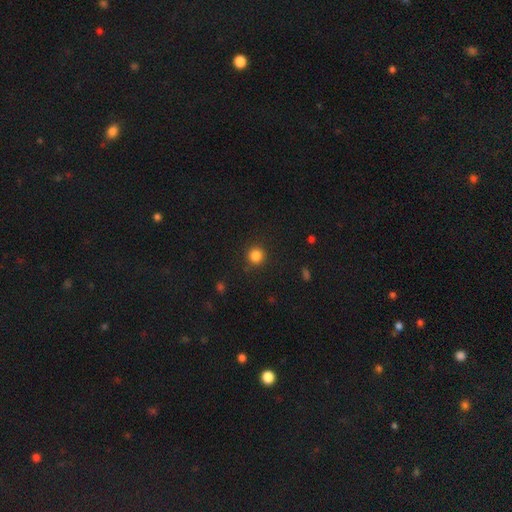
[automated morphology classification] A smooth galaxy with no disk features (84%) that is round (94%).

Vote fractions:
- Smooth or featured? smooth: 84% / star or artifact: 12% / featured or disk: 4%
- How rounded? round: 94% / in between: 5% / cigar-shaped: 1%
- Merging? none: 89% / minor disturbance: 7% / major disturbance: 2% / merger: 1%